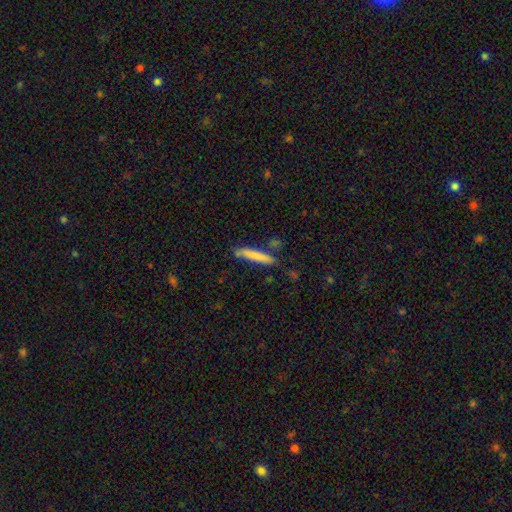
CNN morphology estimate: smooth-or-featured: smooth: 78% | featured or disk: 16% | star or artifact: 6%
  how-rounded: cigar-shaped: 93% | in between: 6% | round: 1%
  merging: none: 79% | minor disturbance: 13% | merger: 5% | major disturbance: 3%